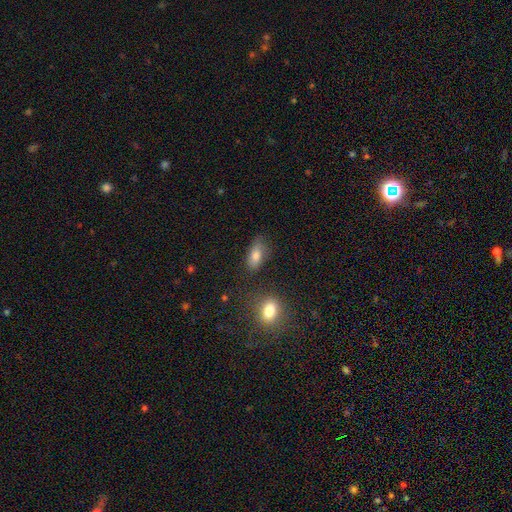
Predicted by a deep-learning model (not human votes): This is clearly a smooth galaxy (81%). How rounded: clearly in between (87%). Merging: likely none (68%).